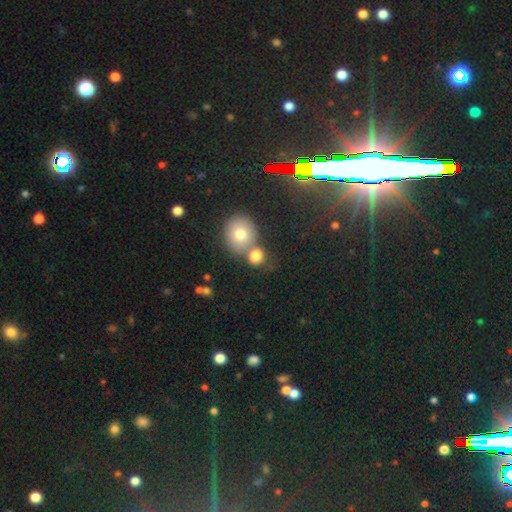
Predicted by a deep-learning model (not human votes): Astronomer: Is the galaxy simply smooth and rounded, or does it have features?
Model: smooth — 79%.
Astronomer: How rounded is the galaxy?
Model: round — 78%.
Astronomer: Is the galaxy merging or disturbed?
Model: none — 48% (runner-up: merger, 39%).